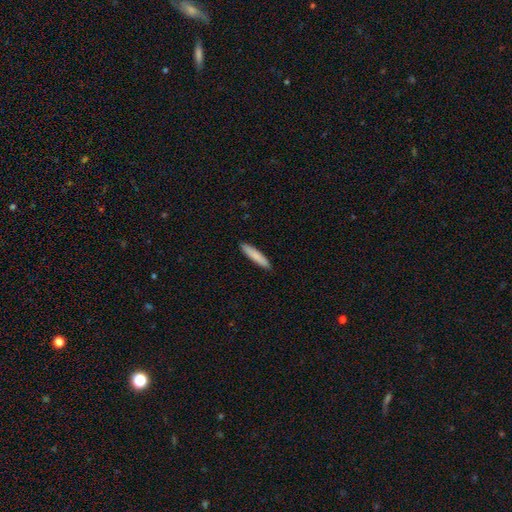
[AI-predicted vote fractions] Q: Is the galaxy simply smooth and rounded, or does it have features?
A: smooth — 84%.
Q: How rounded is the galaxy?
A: cigar-shaped — 88%.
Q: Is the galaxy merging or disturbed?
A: none — 91%.